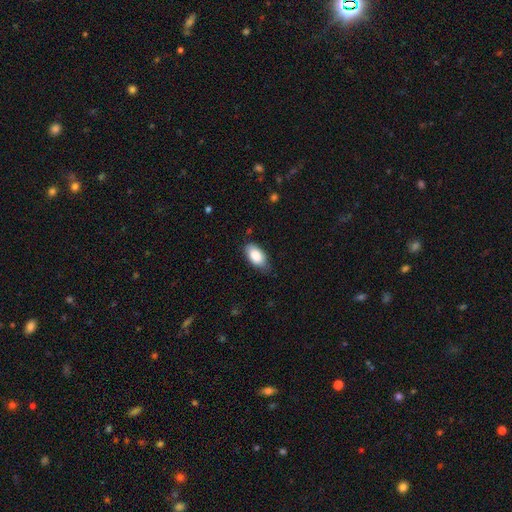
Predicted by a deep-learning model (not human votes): This is clearly a smooth galaxy (86%). How rounded: clearly in between (94%). Merging: likely none (74%).